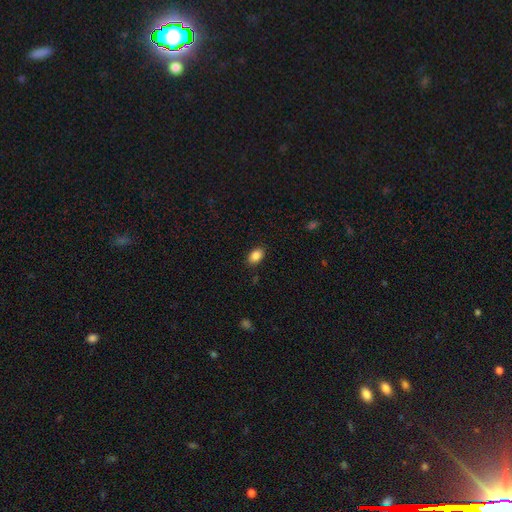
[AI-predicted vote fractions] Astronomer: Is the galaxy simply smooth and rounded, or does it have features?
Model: smooth — 87%.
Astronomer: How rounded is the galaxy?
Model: in between — 87%.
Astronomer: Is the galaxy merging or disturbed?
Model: none — 87%.